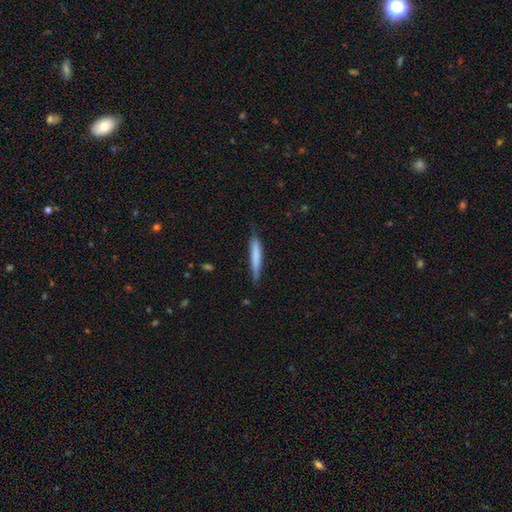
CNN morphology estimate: Smooth or featured?
  - smooth: 73% *
  - featured or disk: 21%
  - star or artifact: 6%
How rounded?
  - cigar-shaped: 94% *
  - in between: 5%
  - round: 1%
Merging?
  - none: 78% *
  - minor disturbance: 17%
  - major disturbance: 3%
  - merger: 1%